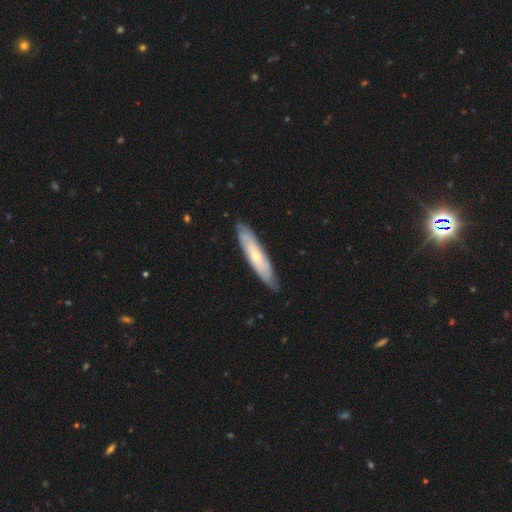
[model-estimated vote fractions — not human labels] Smooth or featured: featured or disk — 59% (smooth — 36%)
Edge-on disk: yes — 51% (no — 49%)
Merging: none — 84% (minor disturbance — 12%)